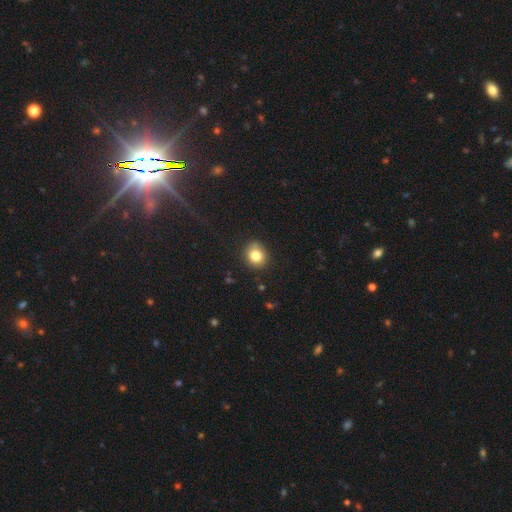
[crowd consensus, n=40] This appears to be a smooth galaxy with no disk features (82%) that is round (85%). Merging: none (78%).